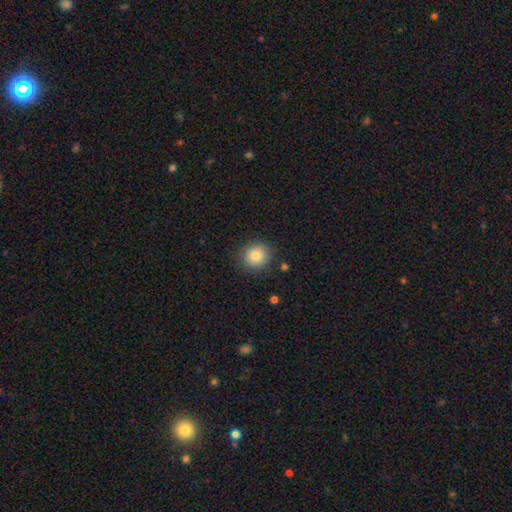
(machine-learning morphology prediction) Smooth or featured: smooth — 83% (star or artifact — 10%)
How rounded: round — 87% (in between — 12%)
Merging: none — 86% (minor disturbance — 9%)